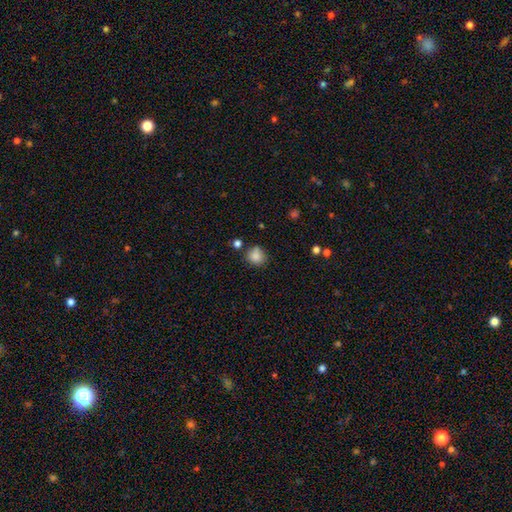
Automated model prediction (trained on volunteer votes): smooth_or_featured: smooth (p=0.84) [alt: star or artifact p=0.10]
how_rounded: round (p=0.82) [alt: in between p=0.17]
merging: none (p=0.71) [alt: minor disturbance p=0.19]